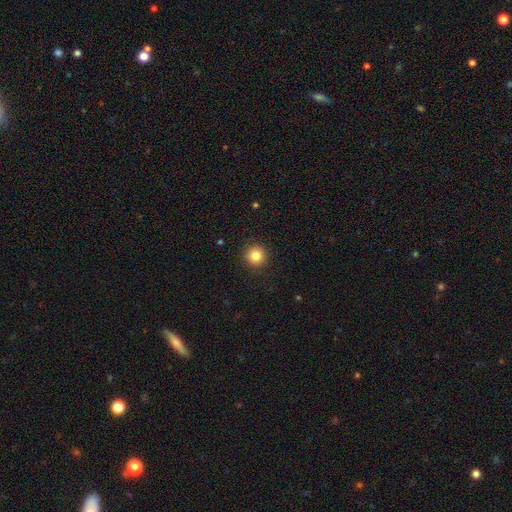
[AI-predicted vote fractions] A smooth galaxy with no disk features (85%) that is round (94%).

Vote fractions:
- Smooth or featured? smooth: 85% / star or artifact: 10% / featured or disk: 5%
- How rounded? round: 94% / in between: 5% / cigar-shaped: 1%
- Merging? none: 91% / minor disturbance: 6% / major disturbance: 2% / merger: 1%